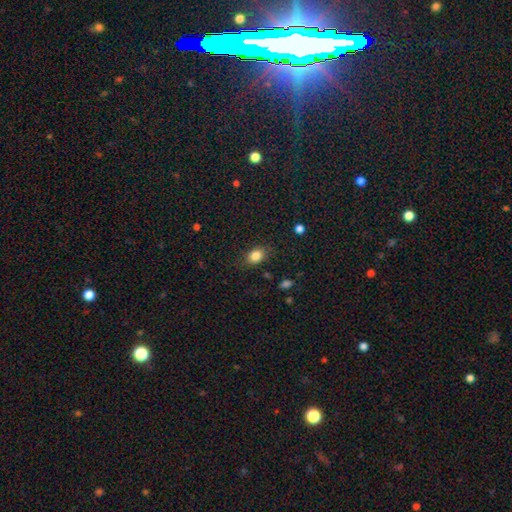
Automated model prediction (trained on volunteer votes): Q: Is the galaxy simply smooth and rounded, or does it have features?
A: smooth — 84%.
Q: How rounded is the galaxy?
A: in between — 70%.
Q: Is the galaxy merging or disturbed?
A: none — 82%.